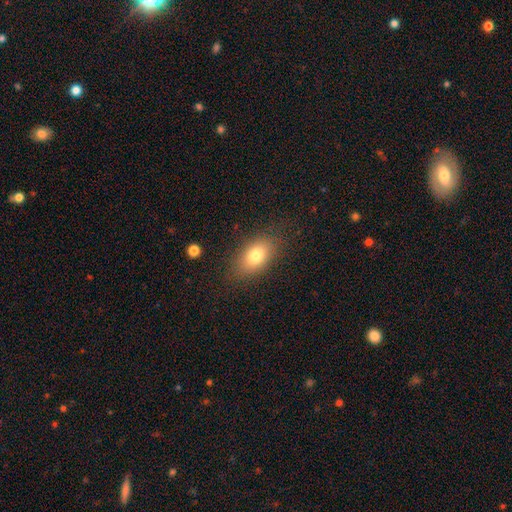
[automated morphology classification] This appears to be a smooth galaxy with no disk features (77%) that is in between round and cigar-shaped (87%). Merging: none (83%).